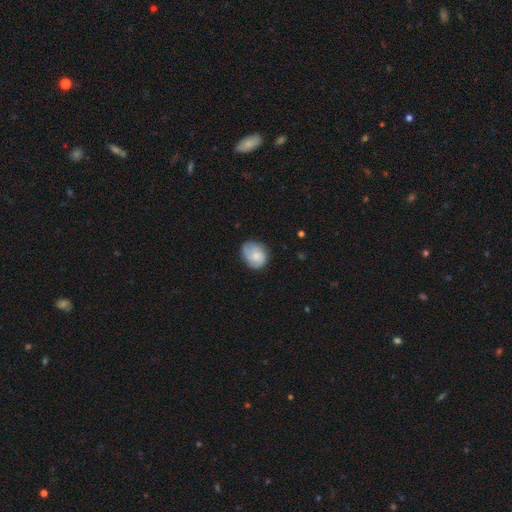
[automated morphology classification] Smooth or featured? smooth (68%)
How rounded? round (52%)
Merging? none (61%)